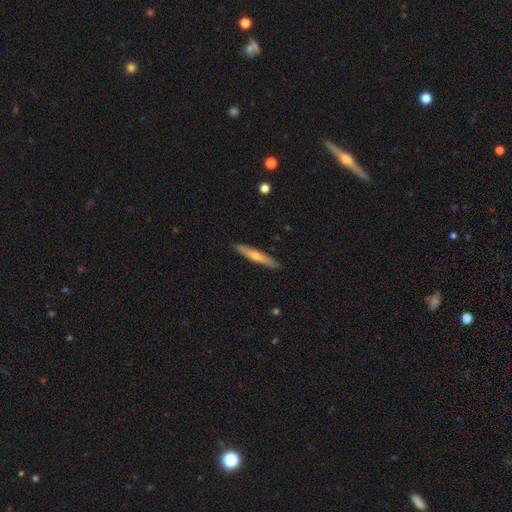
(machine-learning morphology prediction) Overall: smooth (48%; featured or disk 46%). Merging: none (90%).